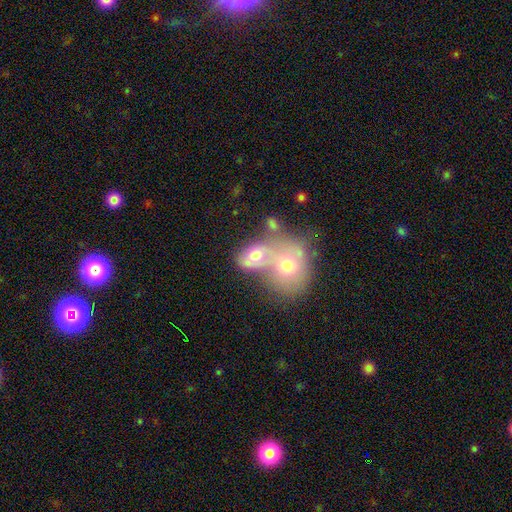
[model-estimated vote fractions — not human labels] Smooth or featured?
  - smooth: 60% *
  - featured or disk: 29%
  - star or artifact: 12%
How rounded?
  - in between: 61% *
  - round: 38%
  - cigar-shaped: 2%
Merging?
  - merger: 68% *
  - none: 17%
  - minor disturbance: 7%
  - major disturbance: 7%